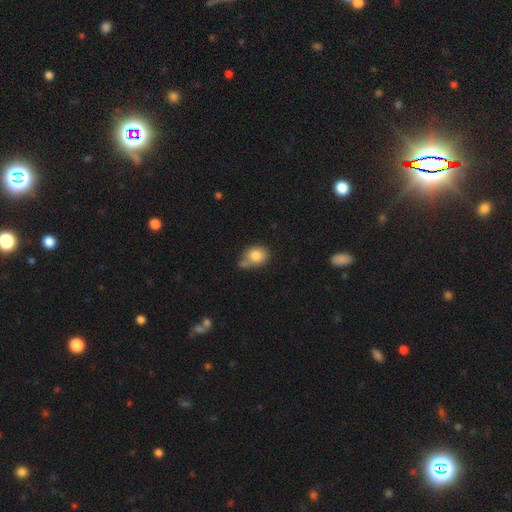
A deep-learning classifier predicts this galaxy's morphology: Smooth or featured?
  - smooth: 83% *
  - featured or disk: 9%
  - star or artifact: 9%
How rounded?
  - round: 54% *
  - in between: 44%
  - cigar-shaped: 1%
Merging?
  - none: 49% *
  - minor disturbance: 23%
  - merger: 21%
  - major disturbance: 7%